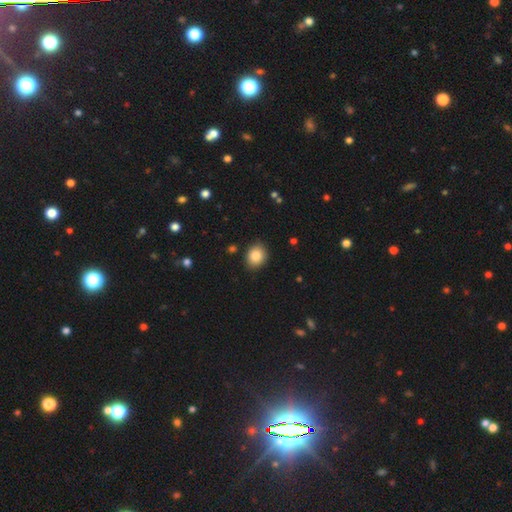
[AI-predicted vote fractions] Smooth or featured: smooth — 85% (star or artifact — 9%)
How rounded: round — 54% (in between — 45%)
Merging: none — 88% (minor disturbance — 9%)